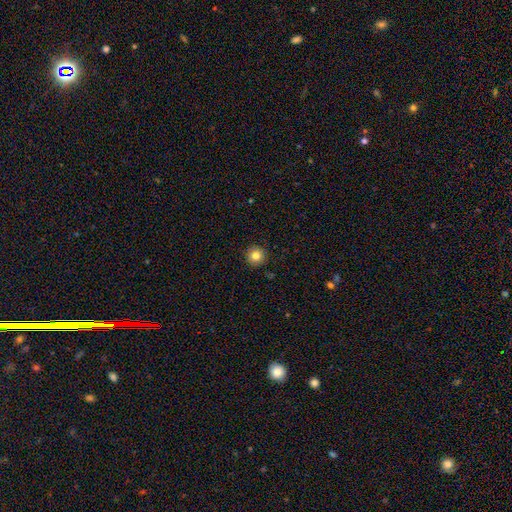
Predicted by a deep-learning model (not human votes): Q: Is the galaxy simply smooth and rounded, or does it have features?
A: smooth — 82%.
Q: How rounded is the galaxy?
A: round — 96%.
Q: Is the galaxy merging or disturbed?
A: none — 92%.